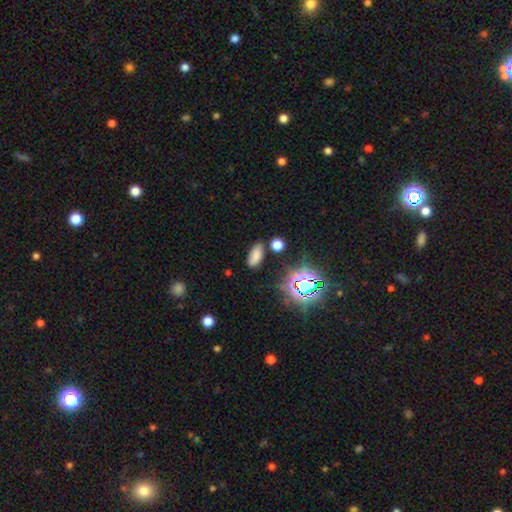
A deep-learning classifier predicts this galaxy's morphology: Smooth or featured? Predicted: smooth (p=0.72). How rounded? Predicted: in between (p=0.88). Merging? Predicted: none (p=0.77).